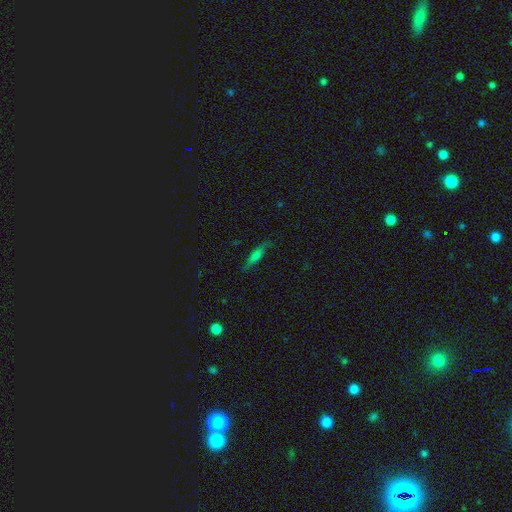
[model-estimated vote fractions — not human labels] The model was most divided on "smooth or featured": smooth: 59%, featured or disk: 31%, star or artifact: 10%. More confident: merging — none (80%); how rounded — cigar-shaped (77%).